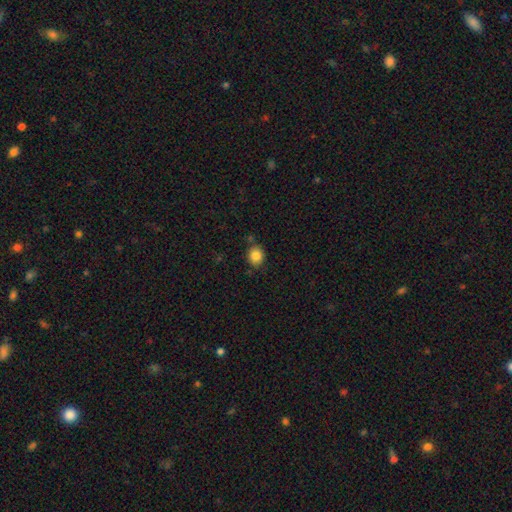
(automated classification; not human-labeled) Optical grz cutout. It shows a smooth galaxy with no disk features (84%) that is round (71%). Merging: none (78%).